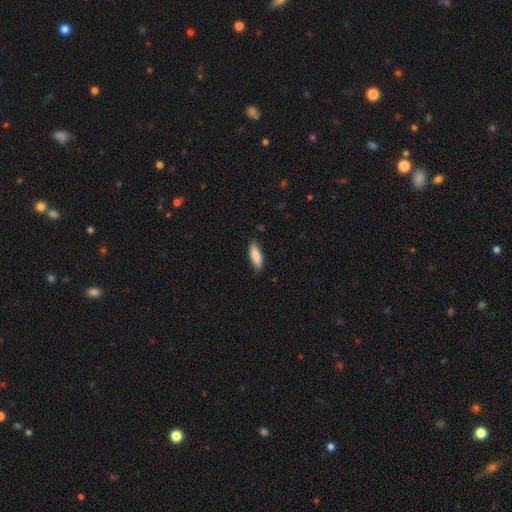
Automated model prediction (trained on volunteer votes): Smooth or featured? Predicted: smooth (p=0.85). How rounded? Predicted: cigar-shaped (p=0.51). Merging? Predicted: none (p=0.84).